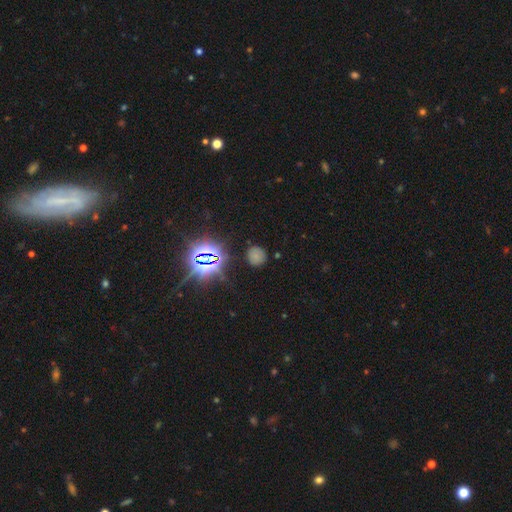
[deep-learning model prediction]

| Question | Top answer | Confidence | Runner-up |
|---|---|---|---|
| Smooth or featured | smooth | 60% | star or artifact (32%) |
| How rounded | round | 87% | in between (12%) |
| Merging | none | 81% | minor disturbance (13%) |